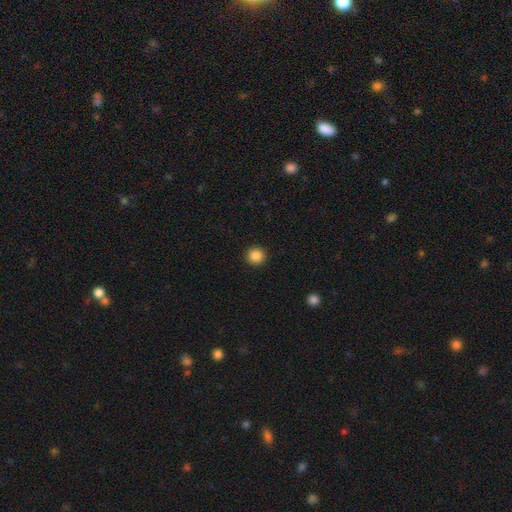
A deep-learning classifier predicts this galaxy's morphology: This appears to be a smooth galaxy with no disk features (87%) that is round (94%). Merging: none (93%).